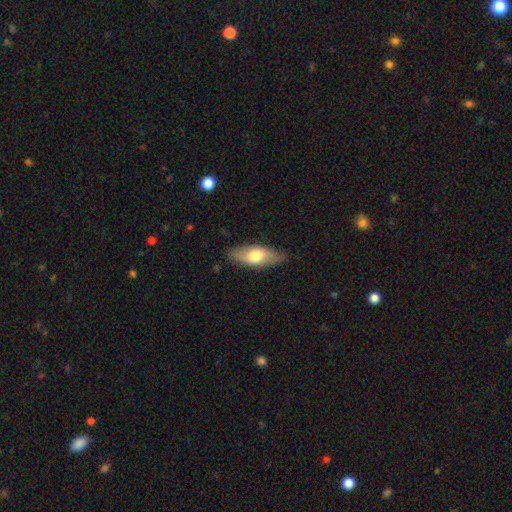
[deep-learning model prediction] smooth 66%, featured or disk 28%, star or artifact 5%. Down the decision tree: how rounded — in between (75%); merging — none (82%).